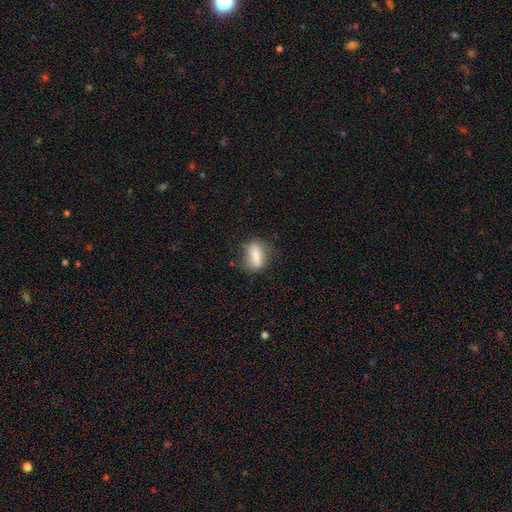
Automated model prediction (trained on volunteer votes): Smooth or featured? Predicted: smooth (p=0.68). How rounded? Predicted: in between (p=0.69). Merging? Predicted: none (p=0.67).